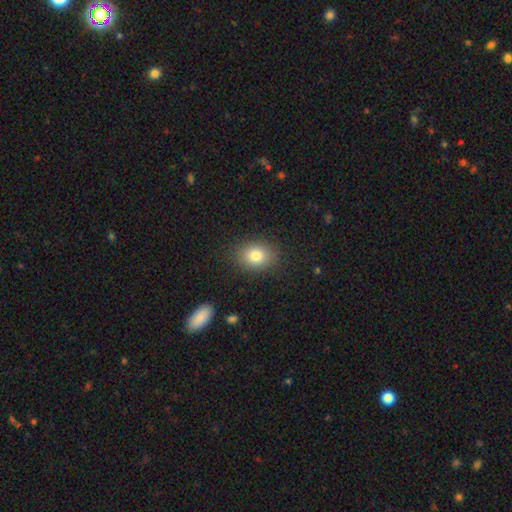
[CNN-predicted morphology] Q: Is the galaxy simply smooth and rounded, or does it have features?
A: smooth — 81%.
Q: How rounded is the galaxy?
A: in between — 52%.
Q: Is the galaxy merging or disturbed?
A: none — 86%.